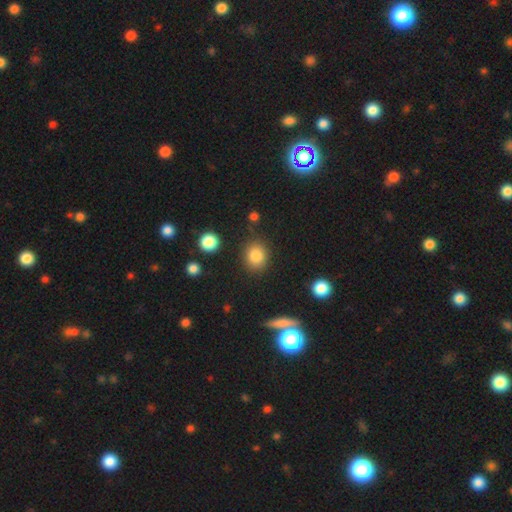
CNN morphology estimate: Smooth or featured: smooth — 84% (star or artifact — 10%)
How rounded: round — 70% (in between — 28%)
Merging: none — 84% (minor disturbance — 10%)